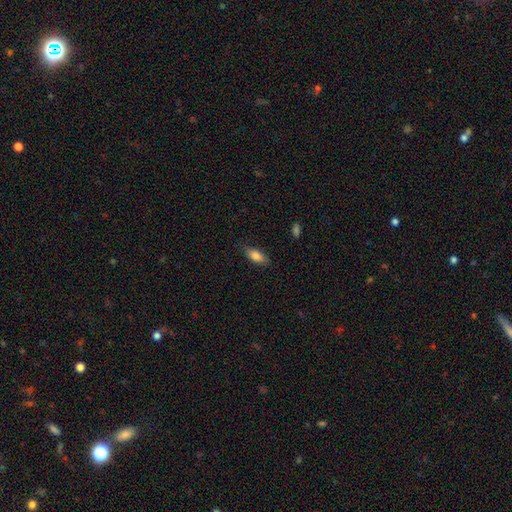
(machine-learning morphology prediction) Overall: smooth (83%). How rounded: in between (82%). Merging: none (77%).